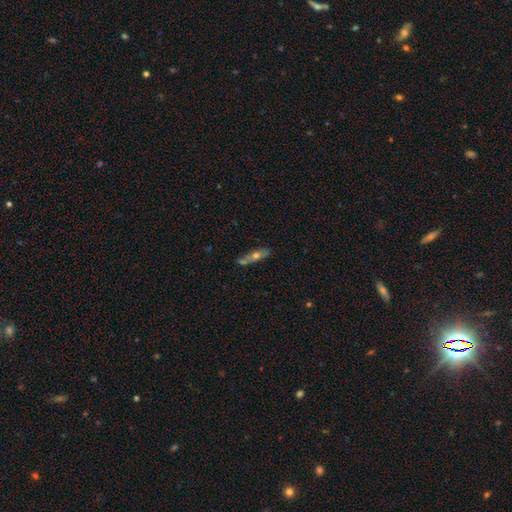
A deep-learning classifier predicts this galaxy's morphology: A featured or disk galaxy (51%) viewed edge-on (74%).

Vote fractions:
- Smooth or featured? featured or disk: 51% / smooth: 40% / star or artifact: 9%
- Edge-on disk? yes: 74% / no: 26%
- Merging? none: 65% / minor disturbance: 17% / merger: 14% / major disturbance: 5%